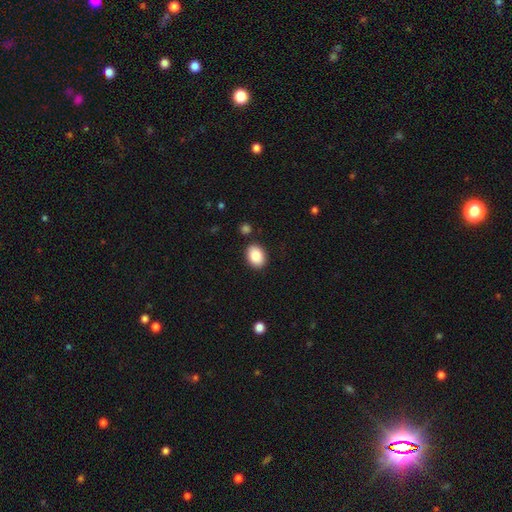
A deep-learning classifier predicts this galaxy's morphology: Smooth or featured: smooth — 88% (star or artifact — 7%)
How rounded: in between — 78% (round — 21%)
Merging: none — 86% (minor disturbance — 9%)